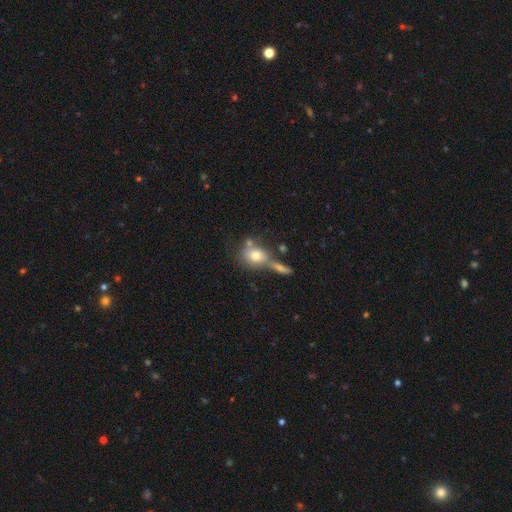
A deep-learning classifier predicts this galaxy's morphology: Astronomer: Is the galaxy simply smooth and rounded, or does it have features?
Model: smooth — 74%.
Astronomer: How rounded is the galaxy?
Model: round — 55% (runner-up: in between, 42%).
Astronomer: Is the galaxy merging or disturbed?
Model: none — 42% (runner-up: merger, 36%).